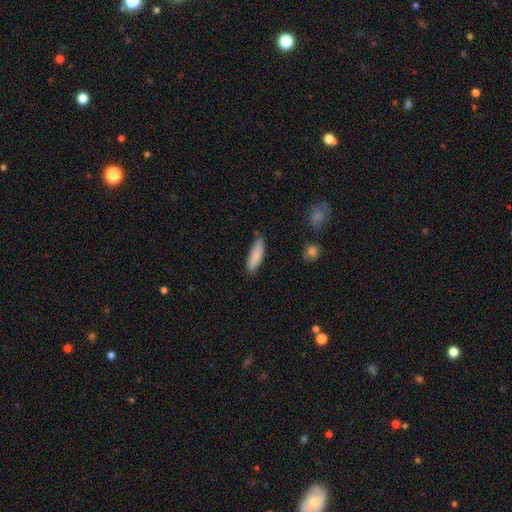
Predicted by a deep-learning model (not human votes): smooth-or-featured: smooth: 85% | featured or disk: 9% | star or artifact: 6%
  how-rounded: cigar-shaped: 61% | in between: 38% | round: 2%
  merging: none: 81% | minor disturbance: 15% | major disturbance: 2% | merger: 2%